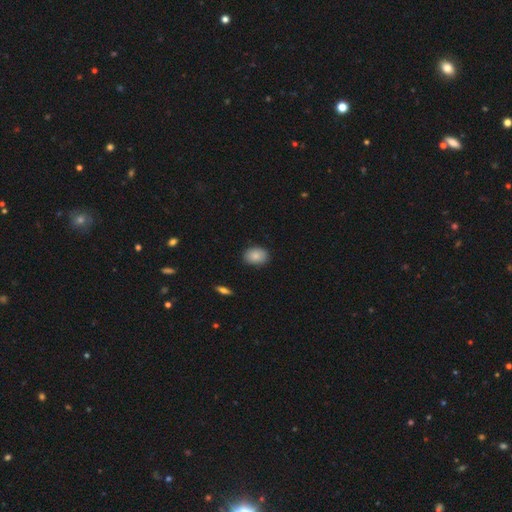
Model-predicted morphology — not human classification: Smooth or featured?
  - smooth: 87% *
  - star or artifact: 7%
  - featured or disk: 6%
How rounded?
  - in between: 76% *
  - round: 23%
  - cigar-shaped: 1%
Merging?
  - none: 86% *
  - minor disturbance: 11%
  - major disturbance: 2%
  - merger: 1%